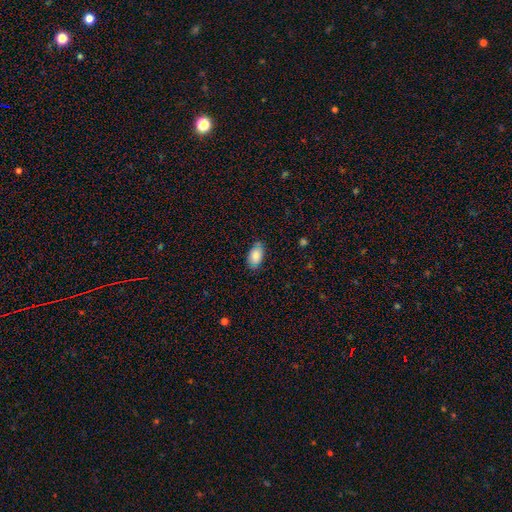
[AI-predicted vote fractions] Smooth or featured? Predicted: smooth (p=0.82). How rounded? Predicted: in between (p=0.93). Merging? Predicted: none (p=0.79).